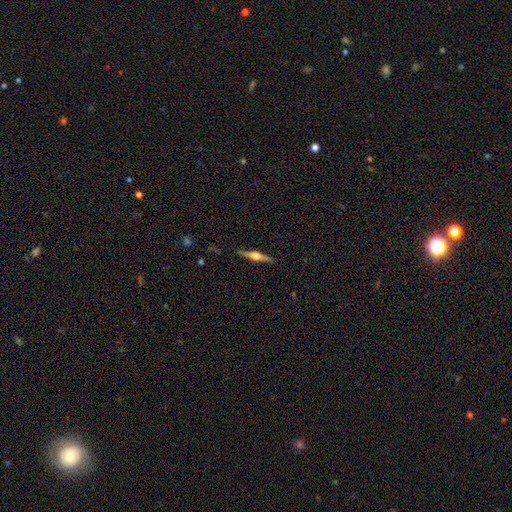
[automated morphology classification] smooth-or-featured: featured or disk: 74% | smooth: 20% | star or artifact: 6%
  disk-edge-on: yes: 98% | no: 2%
    edge-on-bulge: rounded: 93% | boxy: 5% | none: 2%
  merging: none: 90% | minor disturbance: 8% | major disturbance: 2% | merger: 1%